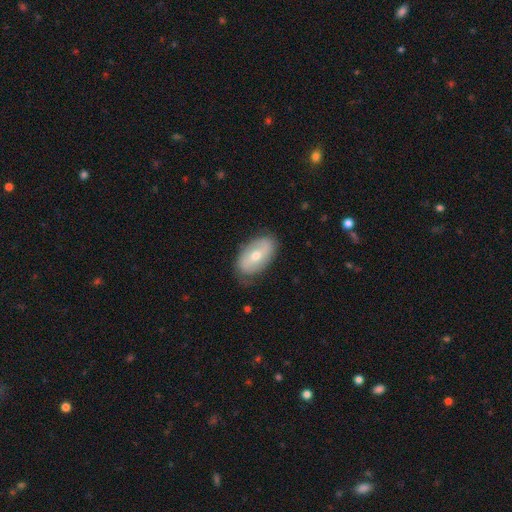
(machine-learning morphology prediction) The model was most divided on "smooth or featured": featured or disk: 49%, smooth: 45%, star or artifact: 6%. More confident: merging — none (75%).